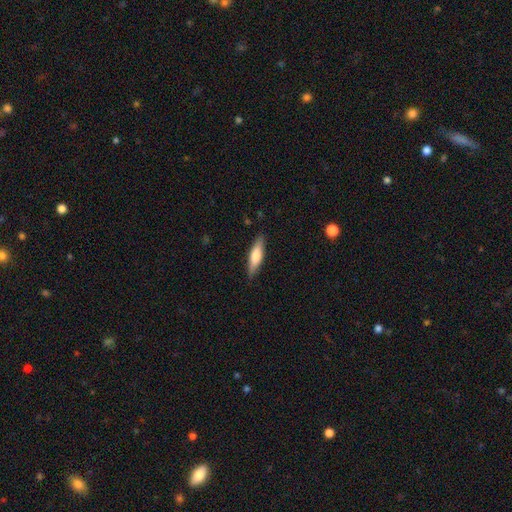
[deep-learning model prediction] Smooth or featured? Predicted: smooth (p=0.63). How rounded? Predicted: cigar-shaped (p=0.66). Merging? Predicted: none (p=0.87).